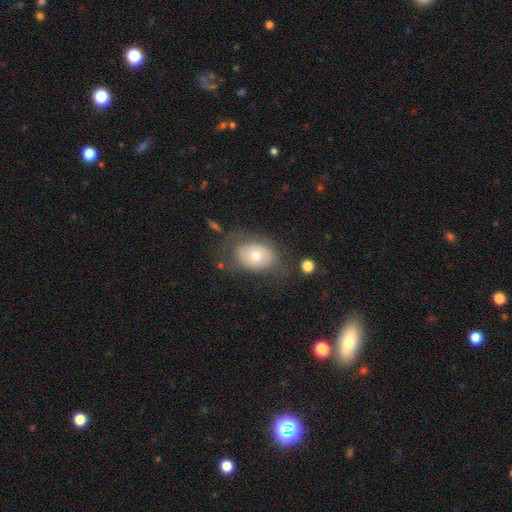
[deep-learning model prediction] This appears to be a smooth galaxy with no disk features (58%) that is in between round and cigar-shaped (75%). Merging: none (61%).